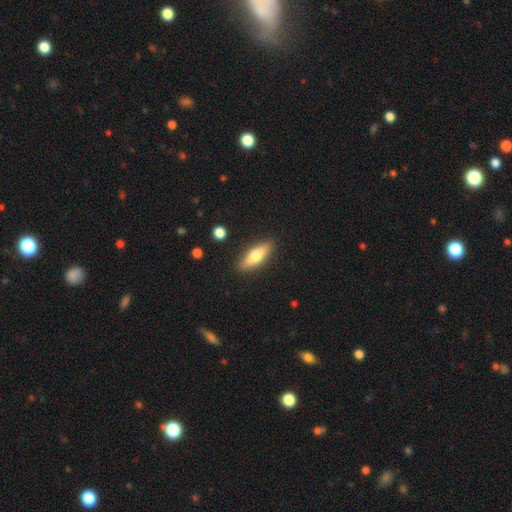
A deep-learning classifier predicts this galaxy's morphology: Smooth or featured? smooth (67%)
How rounded? in between (50%)
Merging? none (87%)